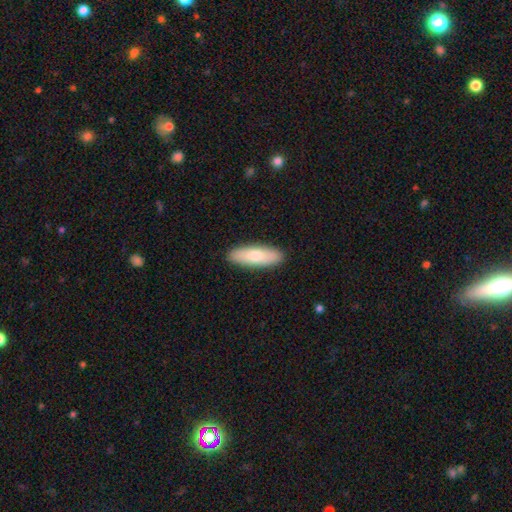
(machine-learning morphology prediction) A smooth galaxy with no disk features (78%) that is in between round and cigar-shaped (54%). Merging: none (90%).